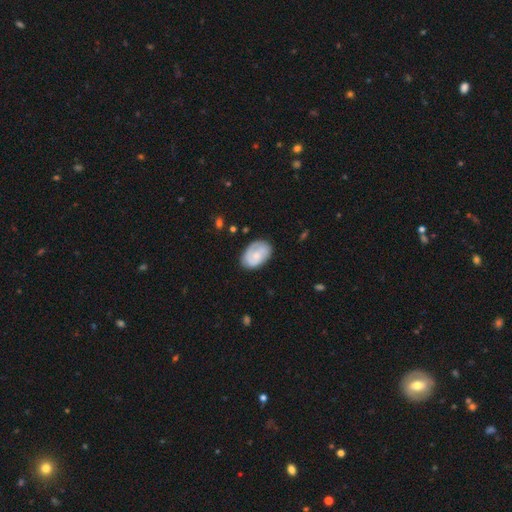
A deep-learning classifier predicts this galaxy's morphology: Smooth or featured: featured or disk — 50% (smooth — 44%)
Merging: none — 73% (minor disturbance — 20%)